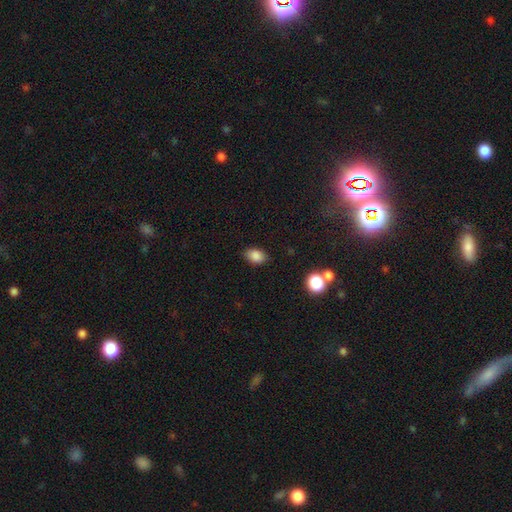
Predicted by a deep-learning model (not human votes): smooth_or_featured: smooth (p=0.86) [alt: star or artifact p=0.09]
how_rounded: in between (p=0.84) [alt: round p=0.15]
merging: none (p=0.84) [alt: minor disturbance p=0.12]